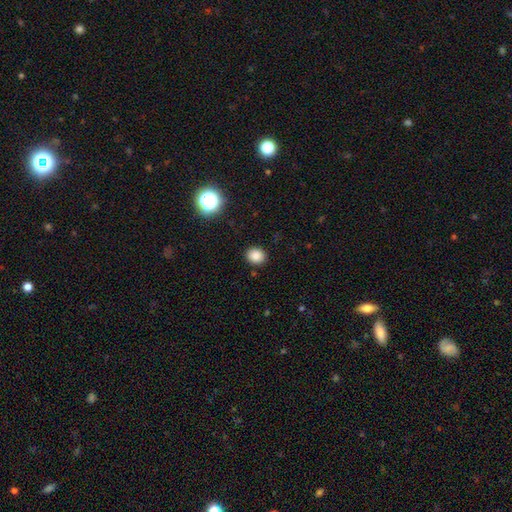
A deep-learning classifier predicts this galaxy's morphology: smooth 84%, star or artifact 11%, featured or disk 5%. Down the decision tree: how rounded — round (64%); merging — none (90%).